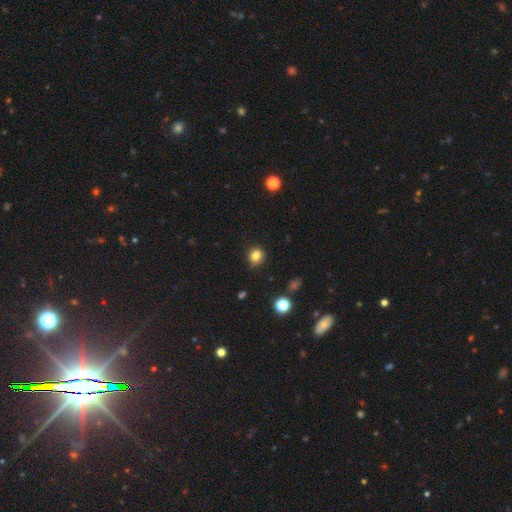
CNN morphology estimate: Smooth or featured?
  - smooth: 81% *
  - star or artifact: 13%
  - featured or disk: 6%
How rounded?
  - round: 77% *
  - in between: 22%
  - cigar-shaped: 1%
Merging?
  - none: 80% *
  - minor disturbance: 16%
  - major disturbance: 3%
  - merger: 2%